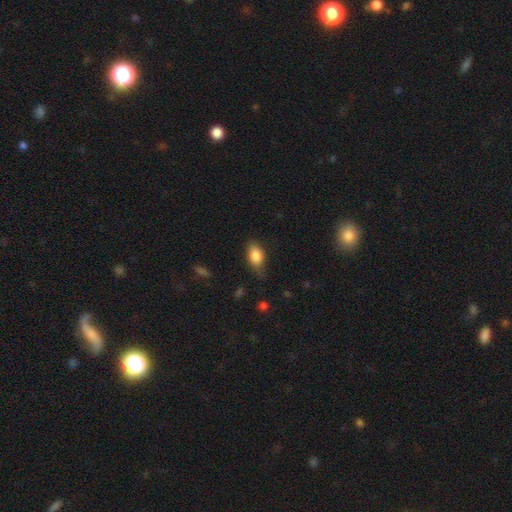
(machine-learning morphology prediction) Smooth or featured? Predicted: smooth (p=0.83). How rounded? Predicted: in between (p=0.88). Merging? Predicted: none (p=0.67).